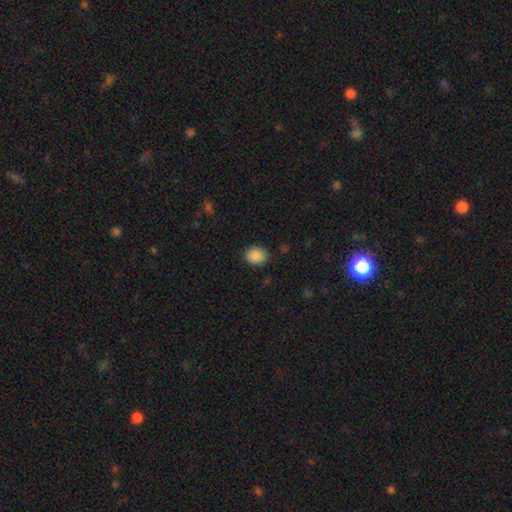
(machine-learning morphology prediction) smooth_or_featured: smooth (p=0.88) [alt: star or artifact p=0.08]
how_rounded: round (p=0.56) [alt: in between p=0.43]
merging: none (p=0.87) [alt: minor disturbance p=0.10]